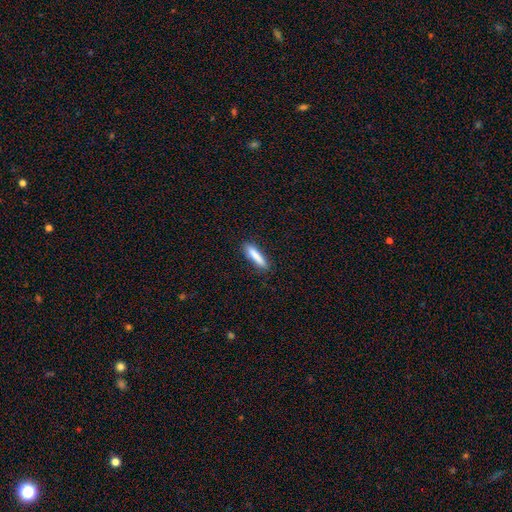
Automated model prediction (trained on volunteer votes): Smooth or featured? Predicted: smooth (p=0.83). How rounded? Predicted: cigar-shaped (p=0.85). Merging? Predicted: none (p=0.87).